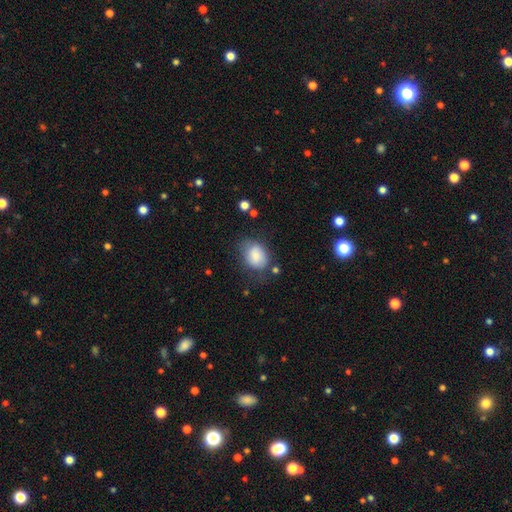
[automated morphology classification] Smooth or featured: smooth — 82% (featured or disk — 10%)
How rounded: in between — 65% (round — 34%)
Merging: none — 60% (minor disturbance — 26%)